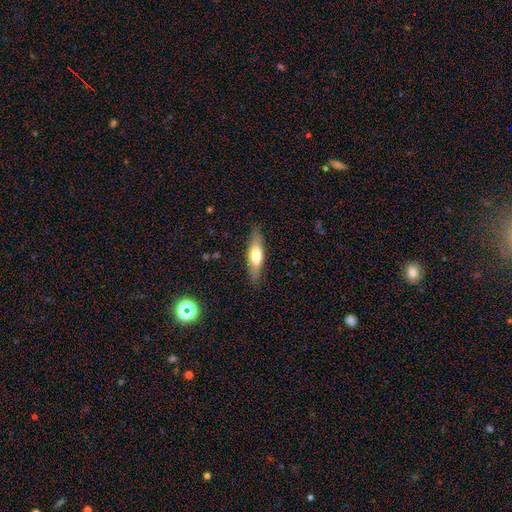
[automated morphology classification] Smooth or featured? smooth (59%)
How rounded? cigar-shaped (56%)
Merging? none (86%)